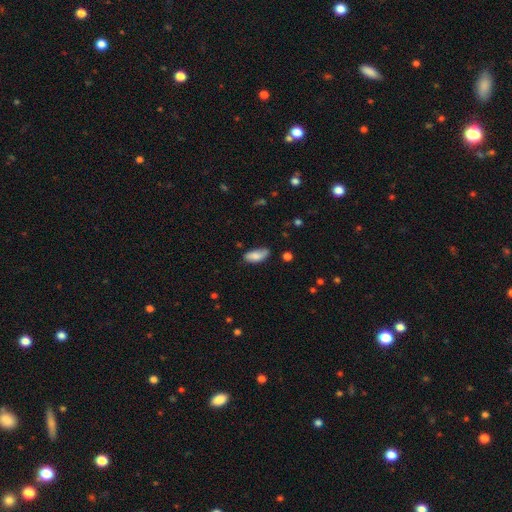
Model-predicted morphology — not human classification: Q: Smooth or featured?
A: smooth (79%); runner-up: featured or disk (14%)
Q: How rounded?
A: in between (86%); runner-up: cigar-shaped (12%)
Q: Merging?
A: none (68%); runner-up: minor disturbance (26%)